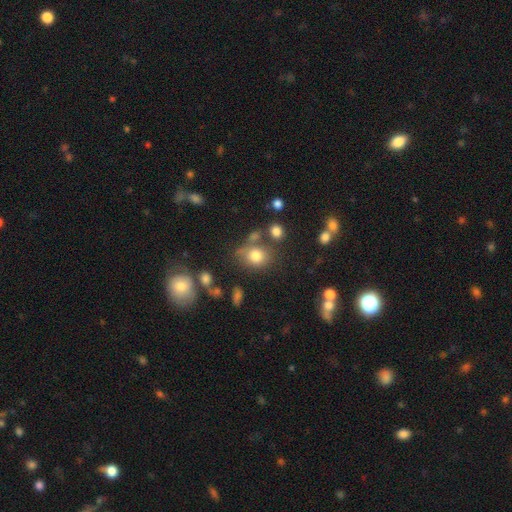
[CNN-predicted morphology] This is likely a smooth galaxy (77%). How rounded: likely round (61%). Merging: possibly none (60%).